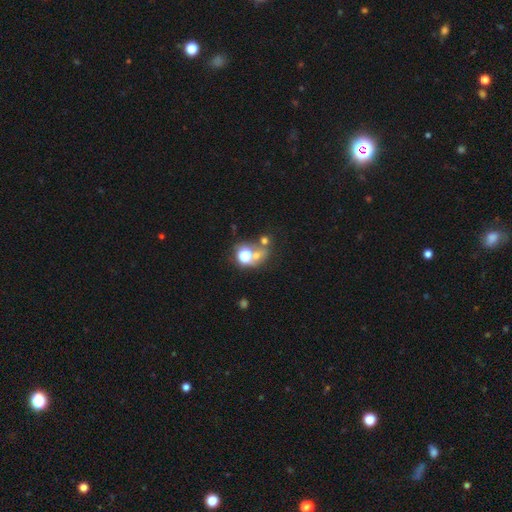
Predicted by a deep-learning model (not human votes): Smooth or featured? smooth (44%)
Merging? none (46%)